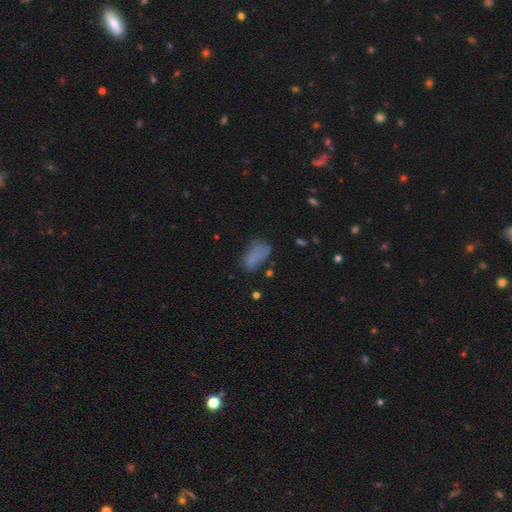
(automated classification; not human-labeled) smooth_or_featured: smooth (p=0.73) [alt: star or artifact p=0.14]
how_rounded: in between (p=0.88) [alt: cigar-shaped p=0.07]
merging: none (p=0.43) [alt: minor disturbance p=0.29]